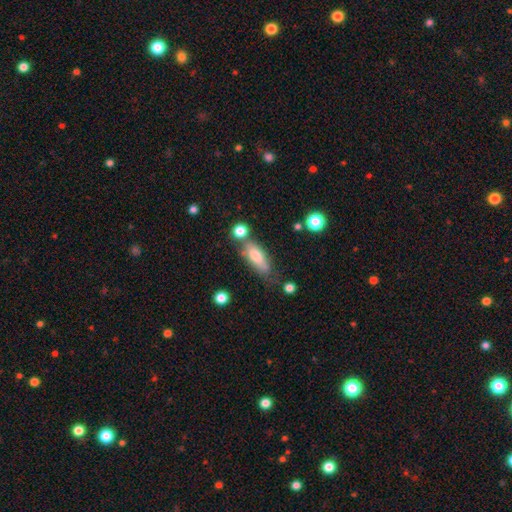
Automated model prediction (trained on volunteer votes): A smooth galaxy with no disk features (69%) that is in between round and cigar-shaped (59%). Merging: none (58%).